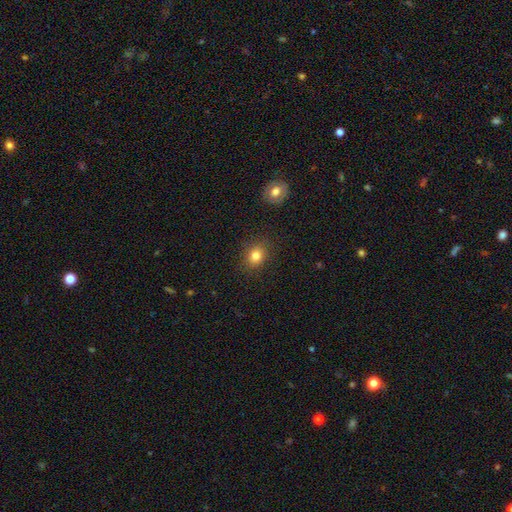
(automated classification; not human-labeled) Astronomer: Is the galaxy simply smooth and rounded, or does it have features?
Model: smooth — 82%.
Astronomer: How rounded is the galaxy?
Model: round — 64%.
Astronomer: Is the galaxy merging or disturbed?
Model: none — 86%.